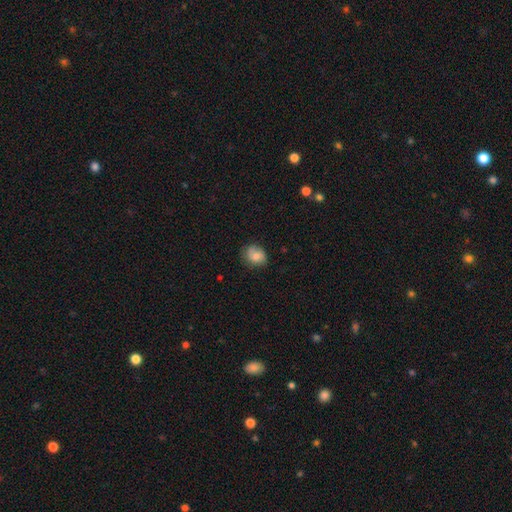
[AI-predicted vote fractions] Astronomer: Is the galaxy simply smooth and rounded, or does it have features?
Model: smooth — 74%.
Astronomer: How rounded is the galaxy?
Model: round — 56% (runner-up: in between, 43%).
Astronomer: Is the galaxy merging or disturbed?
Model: none — 66%.